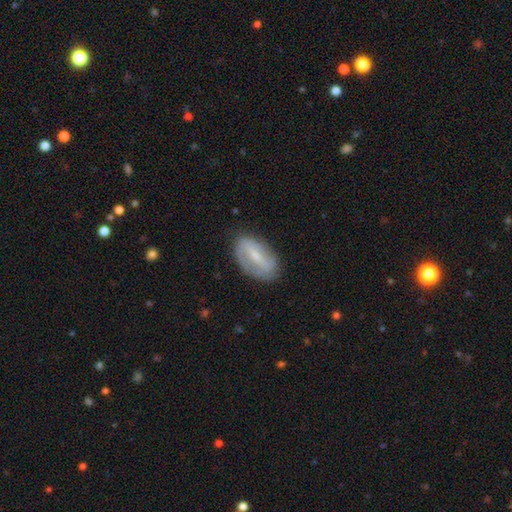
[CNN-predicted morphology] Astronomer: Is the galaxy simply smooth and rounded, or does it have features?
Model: featured or disk — 55% (runner-up: smooth, 38%).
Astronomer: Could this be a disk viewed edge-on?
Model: no — 91%.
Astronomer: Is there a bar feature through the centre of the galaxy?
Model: strong — 48% (runner-up: weak, 38%).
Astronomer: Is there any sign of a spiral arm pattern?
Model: yes — 55% (runner-up: no, 45%).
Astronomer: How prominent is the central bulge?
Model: small — 56%.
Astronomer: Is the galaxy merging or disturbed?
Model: none — 75%.